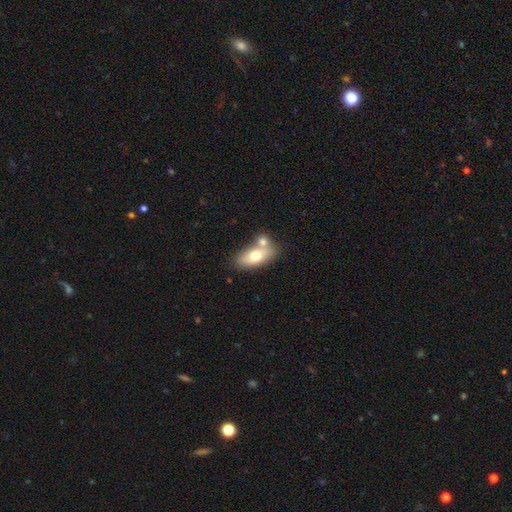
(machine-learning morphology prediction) Overall: smooth (67%). How rounded: in between (84%). Merging: none (48%; merger 35%).